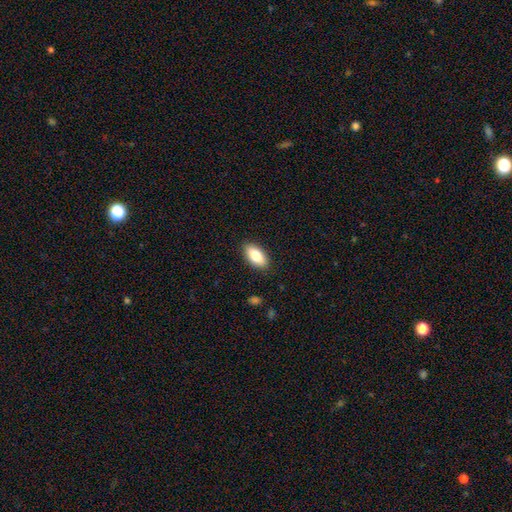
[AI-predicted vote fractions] This is clearly a smooth galaxy (83%). How rounded: clearly in between (91%). Merging: clearly none (88%).